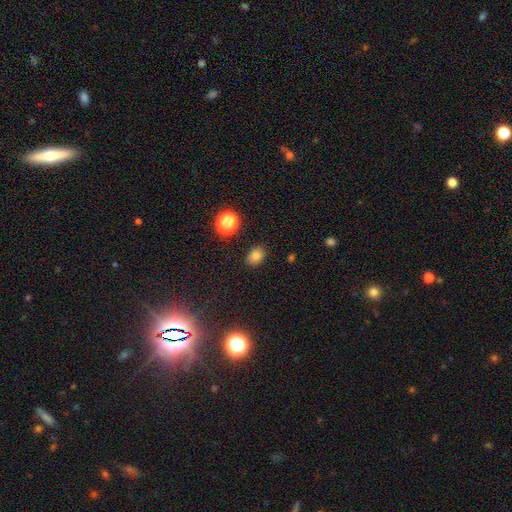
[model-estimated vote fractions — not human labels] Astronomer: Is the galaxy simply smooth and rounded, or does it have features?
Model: smooth — 80%.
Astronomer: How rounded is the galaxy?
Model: in between — 66%.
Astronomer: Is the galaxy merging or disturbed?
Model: none — 85%.